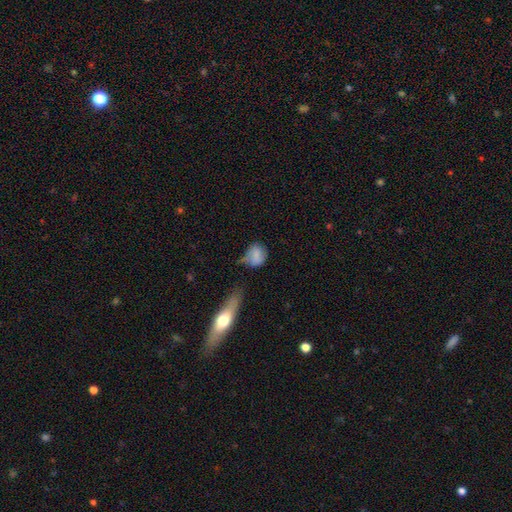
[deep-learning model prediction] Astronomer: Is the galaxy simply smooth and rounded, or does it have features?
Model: smooth — 73%.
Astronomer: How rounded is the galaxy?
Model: round — 58% (runner-up: in between, 39%).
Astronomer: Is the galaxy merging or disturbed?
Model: none — 41% (runner-up: minor disturbance, 33%).